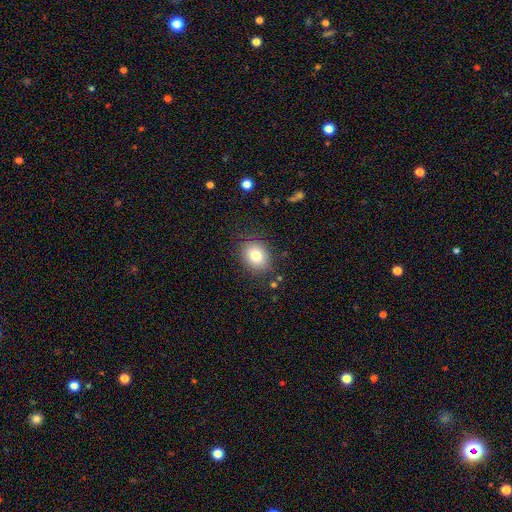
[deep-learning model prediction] smooth-or-featured: smooth: 79% | featured or disk: 11% | star or artifact: 10%
  how-rounded: round: 53% | in between: 47% | cigar-shaped: 1%
  merging: none: 84% | minor disturbance: 11% | major disturbance: 4% | merger: 2%